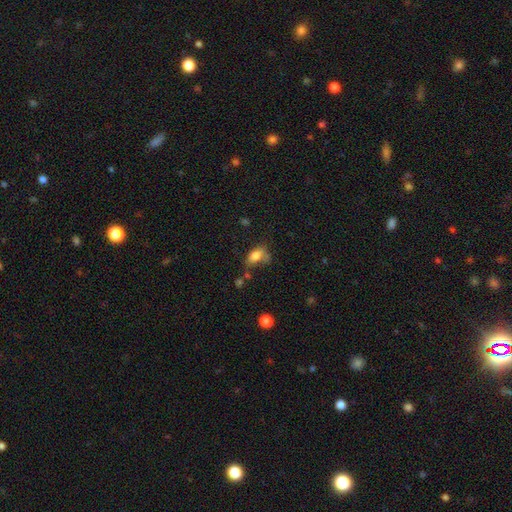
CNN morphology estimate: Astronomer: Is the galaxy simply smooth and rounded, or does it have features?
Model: smooth — 75%.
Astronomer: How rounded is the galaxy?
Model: in between — 85%.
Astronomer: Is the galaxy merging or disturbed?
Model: none — 32% (runner-up: minor disturbance, 30%).